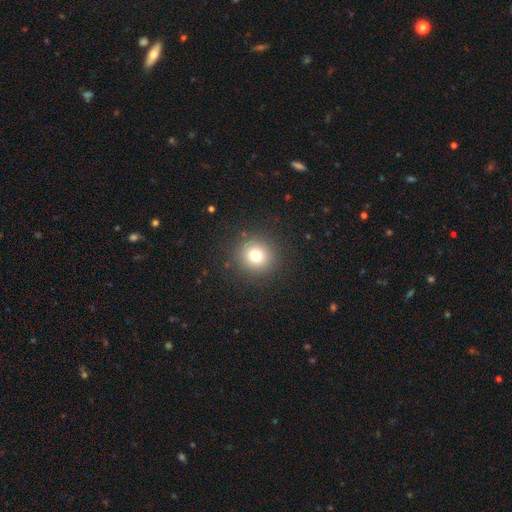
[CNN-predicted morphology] Smooth or featured? smooth (77%)
How rounded? round (93%)
Merging? none (90%)